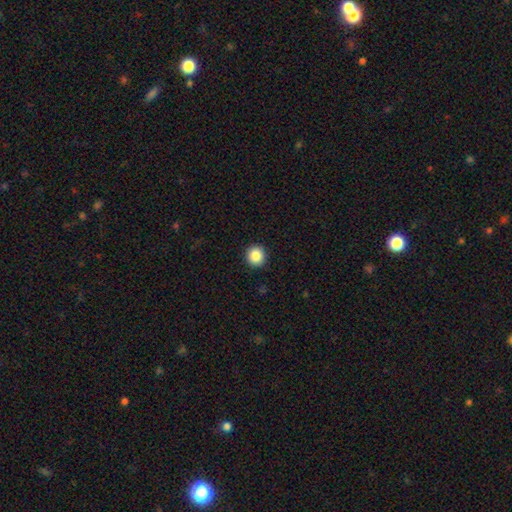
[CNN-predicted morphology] smooth-or-featured: smooth: 87% | star or artifact: 9% | featured or disk: 4%
  how-rounded: round: 94% | in between: 5% | cigar-shaped: 1%
  merging: none: 93% | minor disturbance: 5% | major disturbance: 2% | merger: 1%